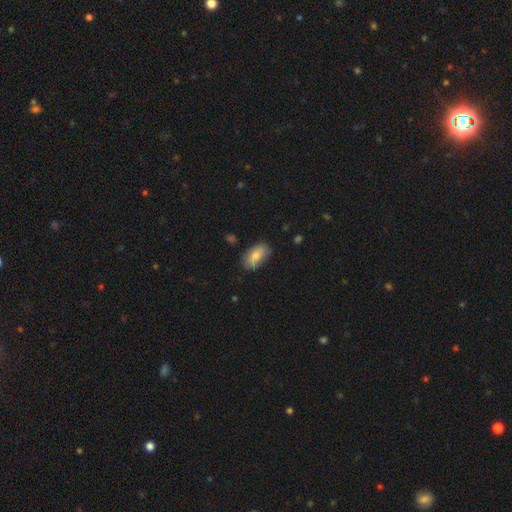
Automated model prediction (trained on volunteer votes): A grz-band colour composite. It shows a smooth galaxy with no disk features (78%) that is in between round and cigar-shaped (92%). Merging: none (78%).